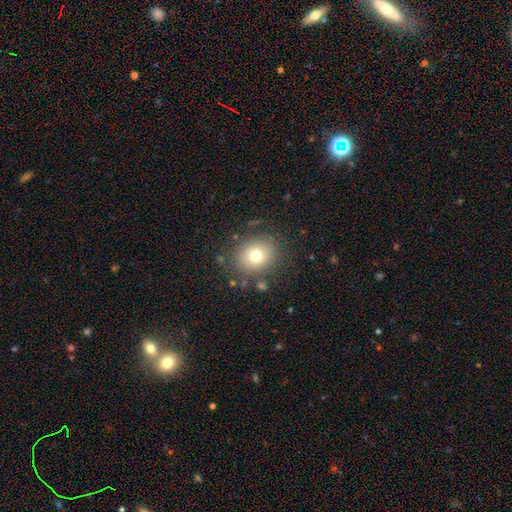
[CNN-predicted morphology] Q: Smooth or featured?
A: smooth (74%); runner-up: star or artifact (14%)
Q: How rounded?
A: round (70%); runner-up: in between (29%)
Q: Merging?
A: none (83%); runner-up: minor disturbance (10%)